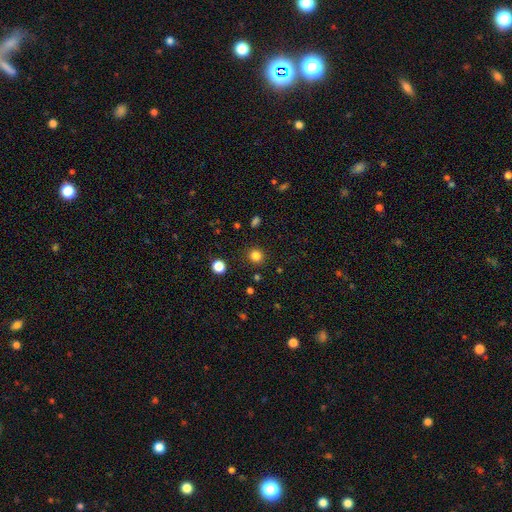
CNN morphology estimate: smooth-or-featured: smooth: 82% | star or artifact: 14% | featured or disk: 4%
  how-rounded: round: 91% | in between: 8% | cigar-shaped: 1%
  merging: none: 90% | minor disturbance: 6% | major disturbance: 2% | merger: 2%